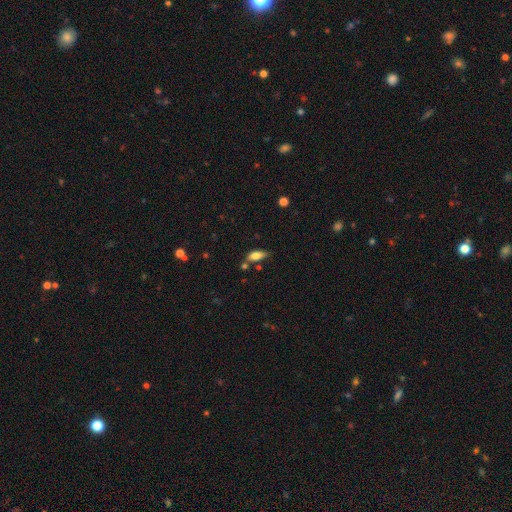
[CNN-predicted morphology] This is likely a smooth galaxy (77%). How rounded: likely in between (80%). Merging: possibly none (58%).